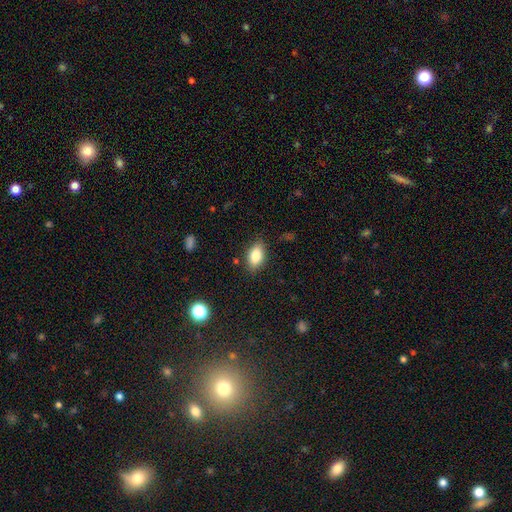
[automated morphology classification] Smooth or featured?
  - smooth: 82% *
  - featured or disk: 10%
  - star or artifact: 8%
How rounded?
  - in between: 89% *
  - round: 7%
  - cigar-shaped: 4%
Merging?
  - none: 85% *
  - minor disturbance: 11%
  - major disturbance: 3%
  - merger: 1%